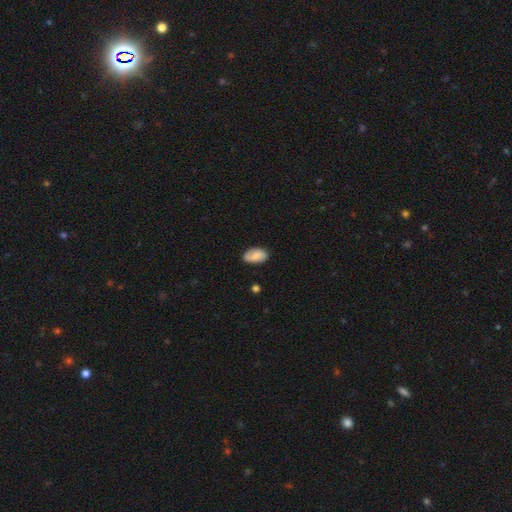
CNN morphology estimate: A smooth galaxy with no disk features (73%) that is in between round and cigar-shaped (93%). Merging: none (79%).